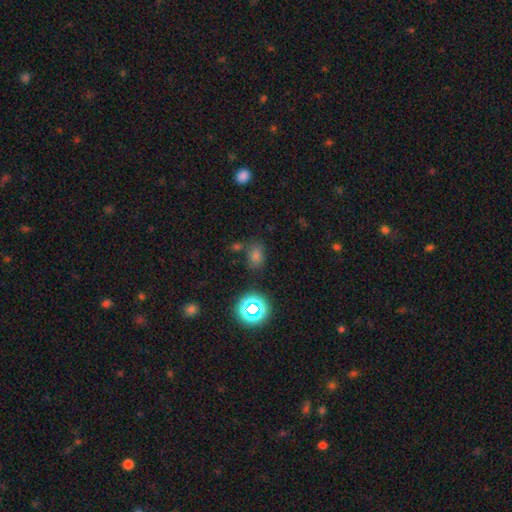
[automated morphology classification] This is likely a smooth galaxy (67%). How rounded: likely in between (66%). Merging: likely none (73%).